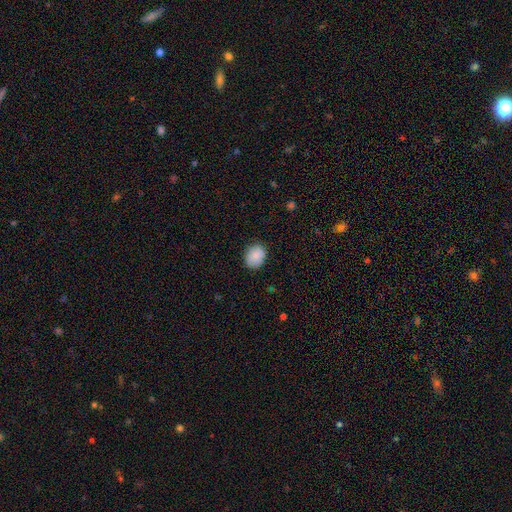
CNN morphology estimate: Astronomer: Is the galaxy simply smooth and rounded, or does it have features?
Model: smooth — 87%.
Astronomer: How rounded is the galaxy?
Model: round — 50% (runner-up: in between, 49%).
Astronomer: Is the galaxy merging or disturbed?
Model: none — 84%.